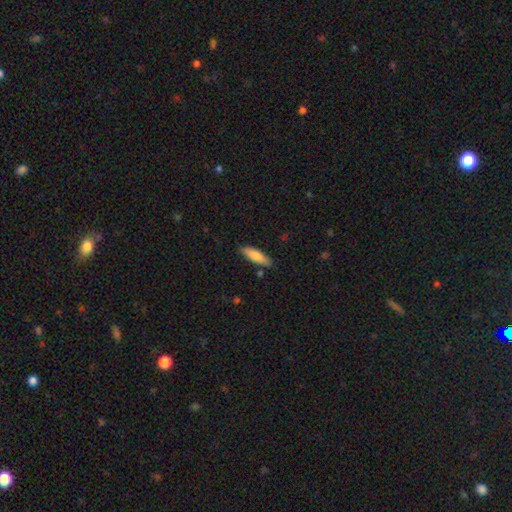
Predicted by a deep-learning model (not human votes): A smooth galaxy with no disk features (81%) that is cigar-shaped (55%).

Vote fractions:
- Smooth or featured? smooth: 81% / featured or disk: 13% / star or artifact: 6%
- How rounded? cigar-shaped: 55% / in between: 43% / round: 2%
- Merging? none: 84% / minor disturbance: 11% / merger: 2% / major disturbance: 2%